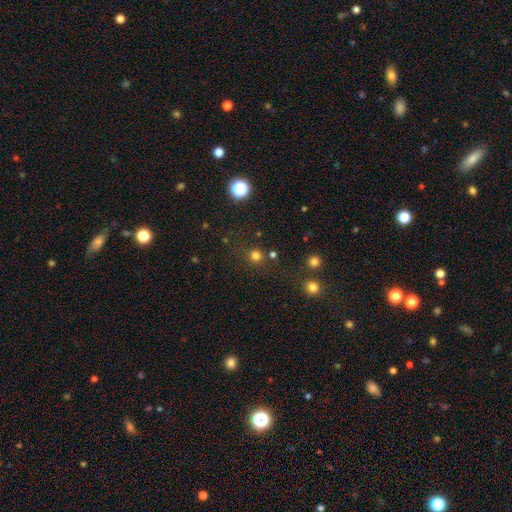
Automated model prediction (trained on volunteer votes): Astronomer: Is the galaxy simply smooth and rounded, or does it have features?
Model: smooth — 76%.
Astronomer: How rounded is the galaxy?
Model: round — 93%.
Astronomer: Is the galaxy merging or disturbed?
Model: none — 83%.